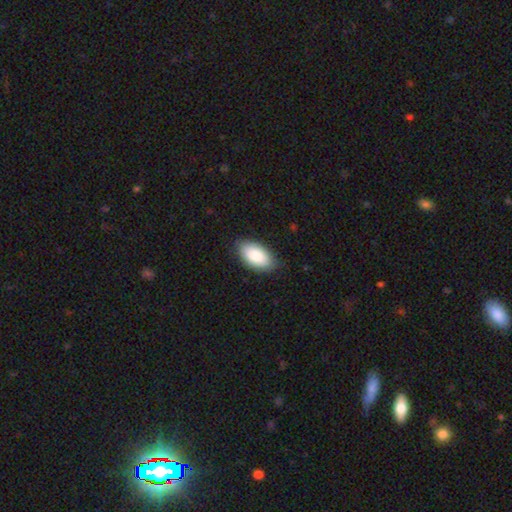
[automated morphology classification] Overall: smooth (86%). How rounded: in between (95%). Merging: none (83%).